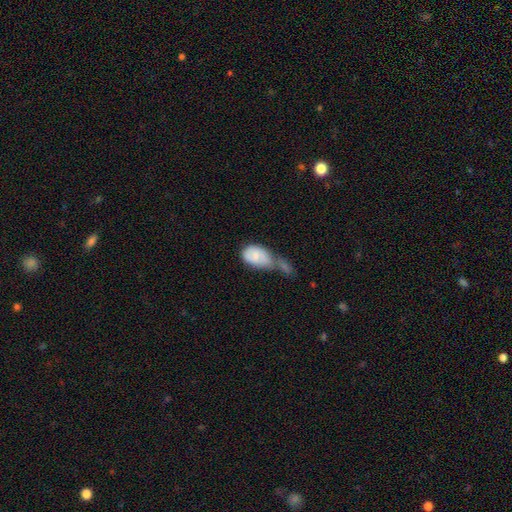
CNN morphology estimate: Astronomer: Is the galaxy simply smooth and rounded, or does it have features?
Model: smooth — 73%.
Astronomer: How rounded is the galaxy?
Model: in between — 86%.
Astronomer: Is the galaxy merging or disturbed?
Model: merger — 51%.